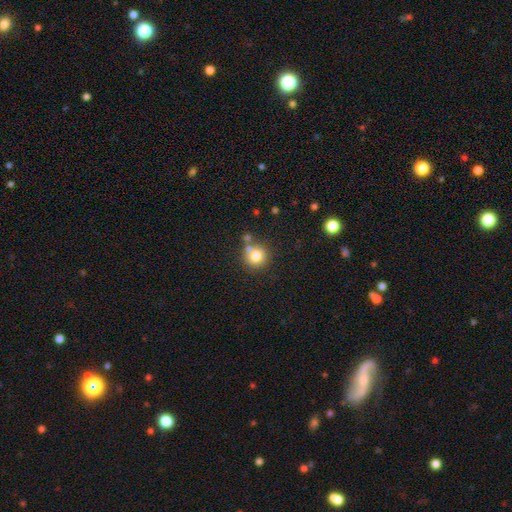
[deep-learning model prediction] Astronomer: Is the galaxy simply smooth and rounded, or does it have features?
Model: smooth — 79%.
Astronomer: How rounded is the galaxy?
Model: round — 92%.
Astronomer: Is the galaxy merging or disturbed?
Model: none — 67%.